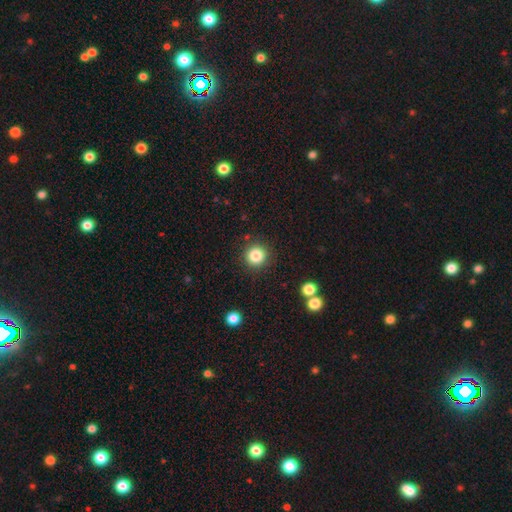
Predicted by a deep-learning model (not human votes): The model was most divided on "smooth or featured": smooth: 84%, star or artifact: 11%, featured or disk: 5%. More confident: how rounded — round (93%); merging — none (89%).